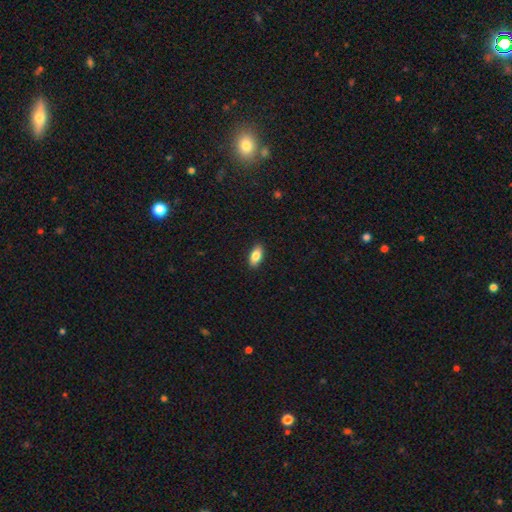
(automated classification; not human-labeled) Morphology: type=smooth (84%); roundness=in between (90%); merging=none (90%).